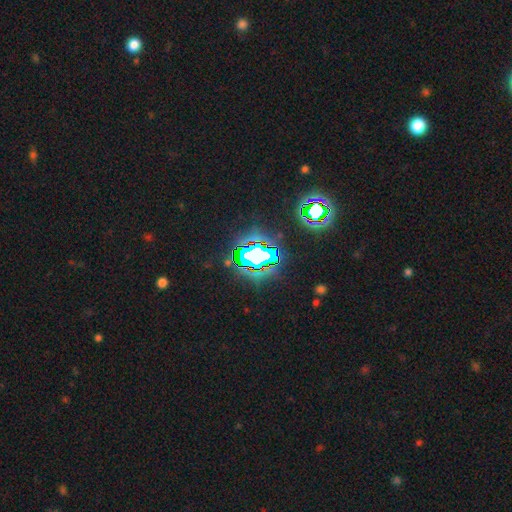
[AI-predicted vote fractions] This appears to be a star or artifact, not a galaxy (68%).